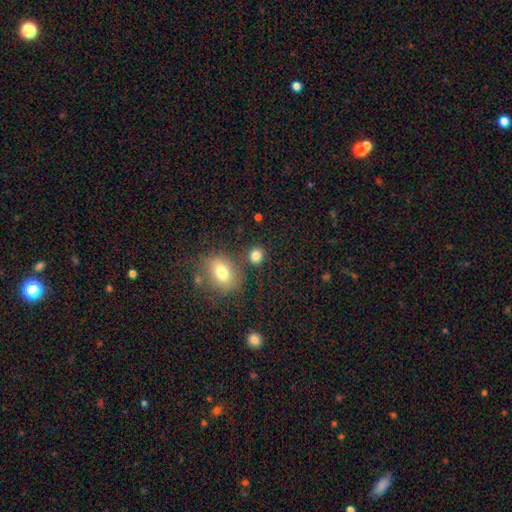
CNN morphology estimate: This is clearly a smooth galaxy (82%). How rounded: likely round (75%). Merging: likely none (75%).